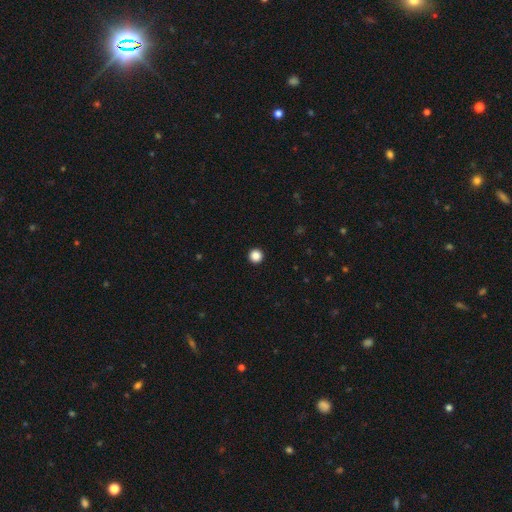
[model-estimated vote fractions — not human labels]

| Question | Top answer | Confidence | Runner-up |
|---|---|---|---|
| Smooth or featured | smooth | 87% | star or artifact (10%) |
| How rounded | round | 97% | in between (2%) |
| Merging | none | 95% | minor disturbance (3%) |